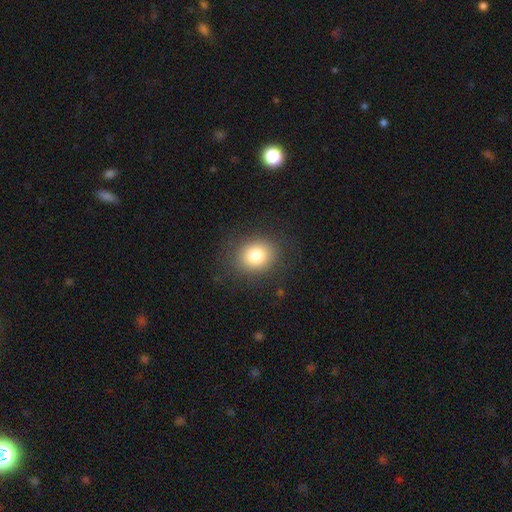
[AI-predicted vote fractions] Morphology: type=smooth (80%); roundness=round (61%); merging=none (85%).